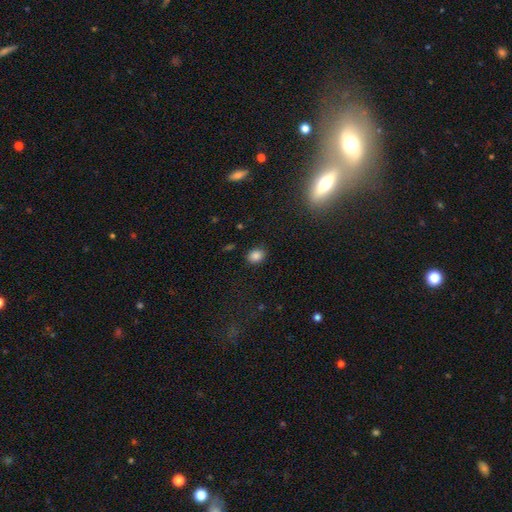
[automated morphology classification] smooth_or_featured: smooth (p=0.84) [alt: star or artifact p=0.11]
how_rounded: round (p=0.53) [alt: in between p=0.46]
merging: none (p=0.86) [alt: minor disturbance p=0.10]